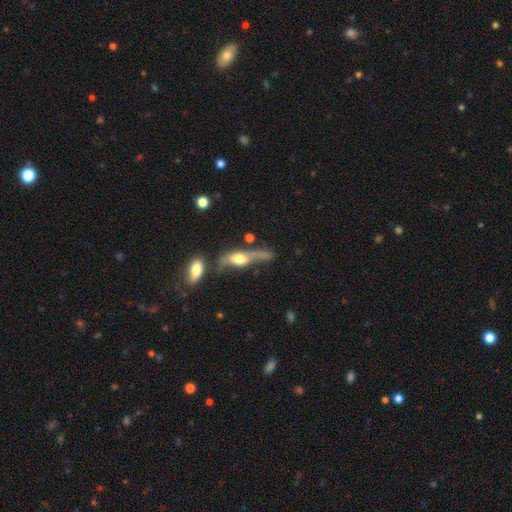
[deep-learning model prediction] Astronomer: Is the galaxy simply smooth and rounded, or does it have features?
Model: featured or disk — 50% (runner-up: smooth, 32%).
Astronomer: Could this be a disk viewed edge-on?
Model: yes — 69%.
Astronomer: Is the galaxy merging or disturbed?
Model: none — 45% (runner-up: merger, 32%).